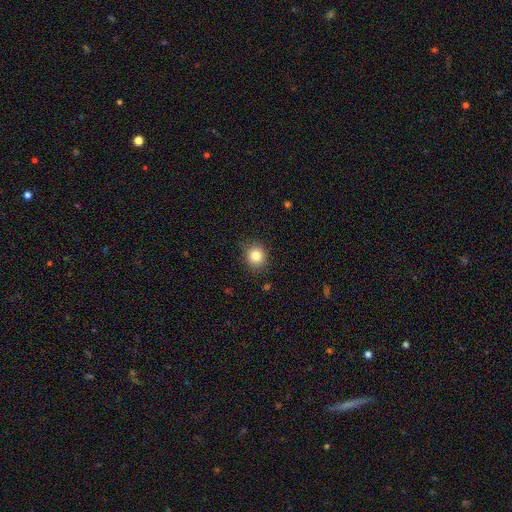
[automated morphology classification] Overall: smooth (83%). How rounded: round (83%). Merging: none (85%).